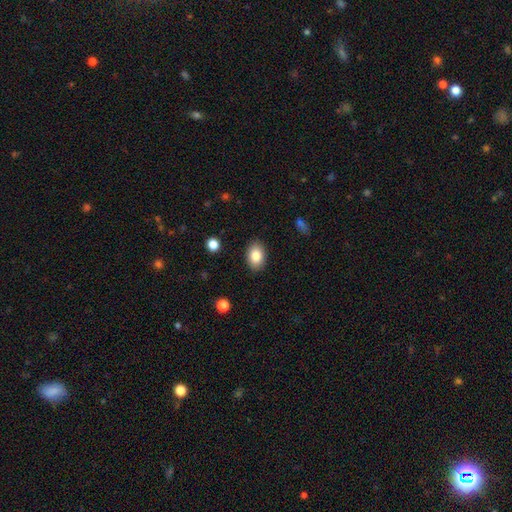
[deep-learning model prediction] This appears to be a smooth galaxy with no disk features (85%) that is in between round and cigar-shaped (83%). Merging: none (88%).